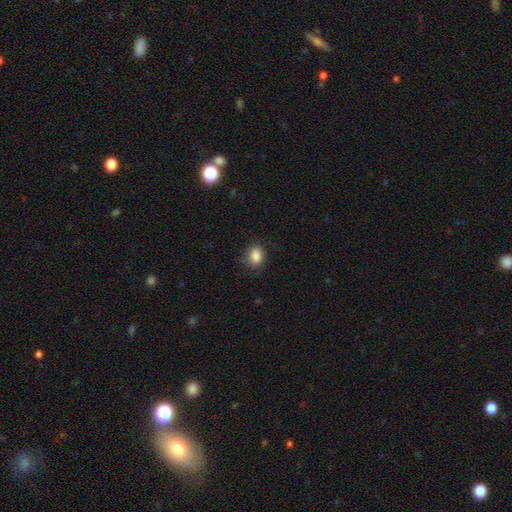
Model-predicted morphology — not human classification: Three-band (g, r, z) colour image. It shows a smooth galaxy with no disk features (87%) that is in between round and cigar-shaped (65%). Merging: none (79%).